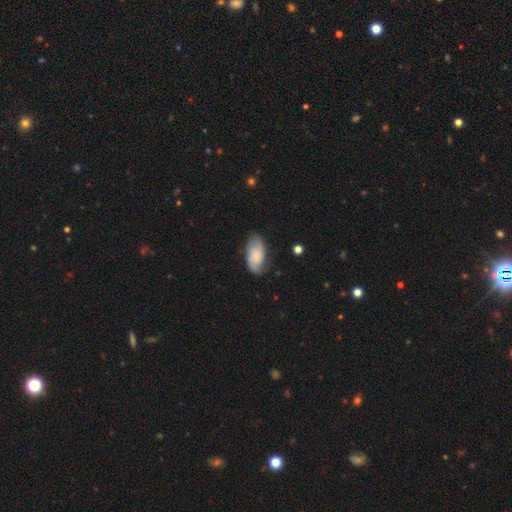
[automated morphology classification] This appears to be a smooth galaxy with no disk features (59%) that is in between round and cigar-shaped (93%). Merging: none (71%).